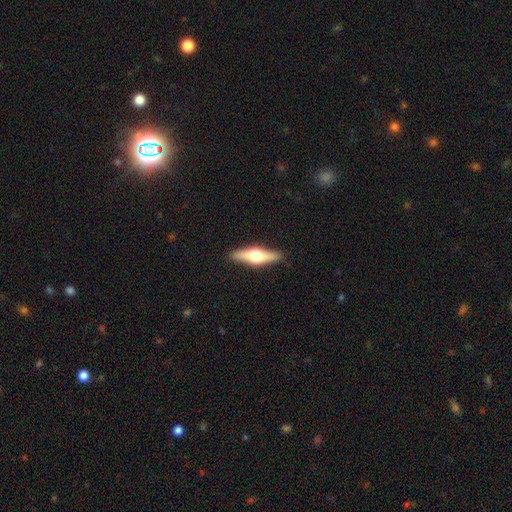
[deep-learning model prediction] Smooth or featured? Predicted: featured or disk (p=0.56). Edge-on disk? Predicted: yes (p=0.94). Edge-on bulge? Predicted: rounded (p=0.94). Merging? Predicted: none (p=0.89).